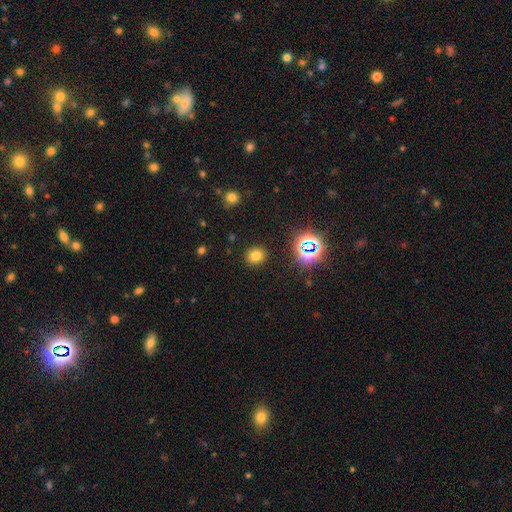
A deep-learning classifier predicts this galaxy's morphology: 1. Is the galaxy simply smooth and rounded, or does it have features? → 73% smooth, 20% star or artifact, 7% featured or disk.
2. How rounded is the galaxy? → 72% round, 27% in between, 1% cigar-shaped.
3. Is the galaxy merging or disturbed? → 89% none, 7% minor disturbance, 3% major disturbance, 2% merger.